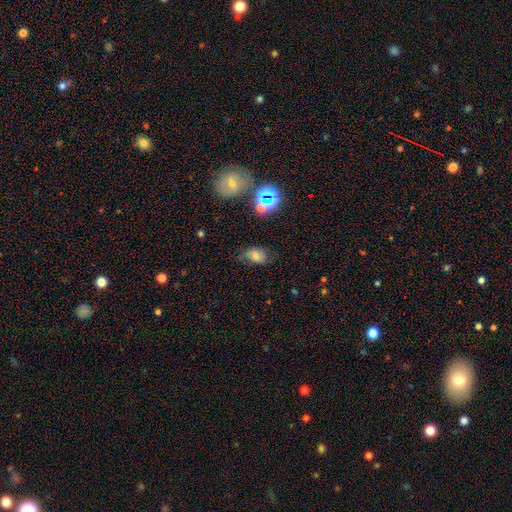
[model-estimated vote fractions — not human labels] The model was most divided on "merging": none: 51%, minor disturbance: 33%, major disturbance: 14%, merger: 3%. More confident: how rounded — in between (74%); smooth or featured — smooth (57%).